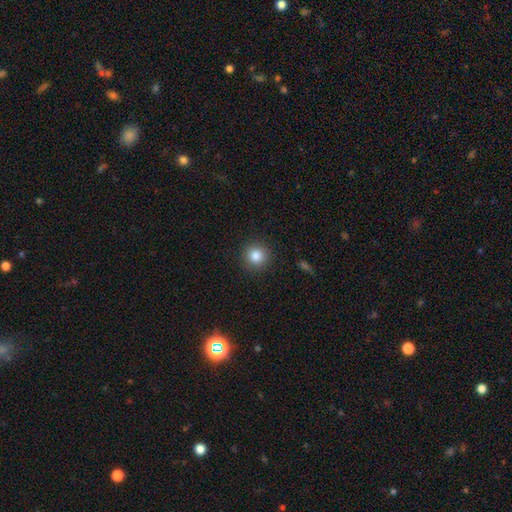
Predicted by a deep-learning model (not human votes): Smooth or featured? Predicted: smooth (p=0.84). How rounded? Predicted: round (p=0.94). Merging? Predicted: none (p=0.91).